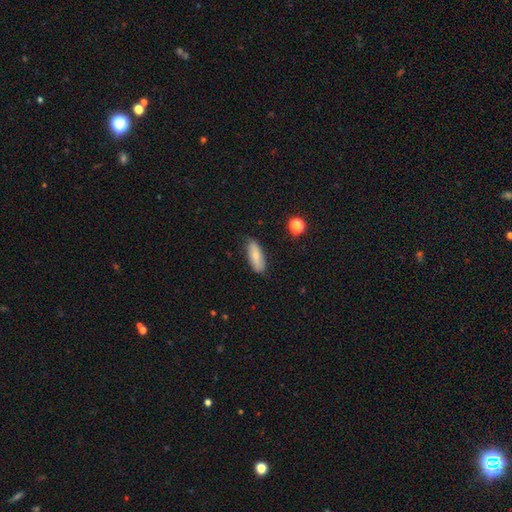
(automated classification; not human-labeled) Morphology: type=smooth (71%); roundness=in between (73%); merging=none (79%).